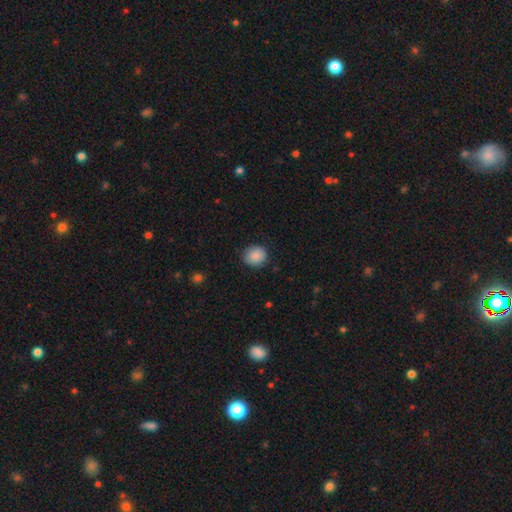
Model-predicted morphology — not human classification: This is clearly a smooth galaxy (88%). How rounded: likely round (78%). Merging: clearly none (84%).